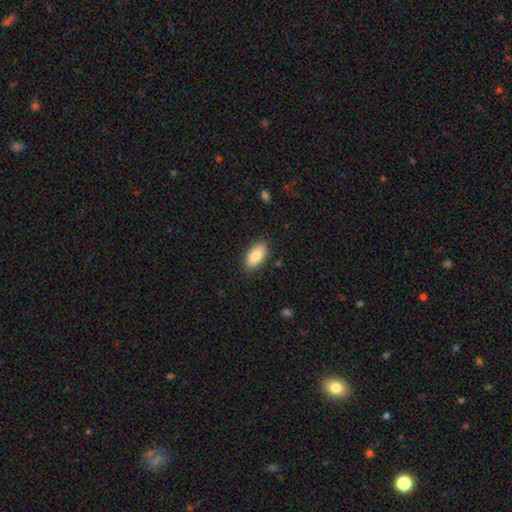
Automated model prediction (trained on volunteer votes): smooth 86%, featured or disk 8%, star or artifact 7%. Down the decision tree: how rounded — in between (92%); merging — none (85%).